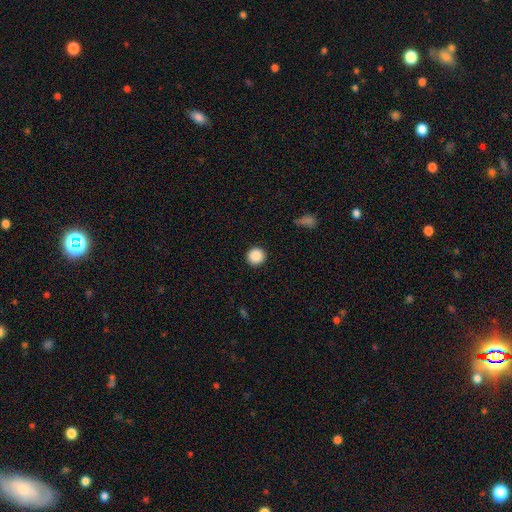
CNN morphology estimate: Smooth or featured?
  - smooth: 89% *
  - star or artifact: 9%
  - featured or disk: 3%
How rounded?
  - round: 94% *
  - in between: 5%
  - cigar-shaped: 1%
Merging?
  - none: 91% *
  - minor disturbance: 6%
  - major disturbance: 2%
  - merger: 1%